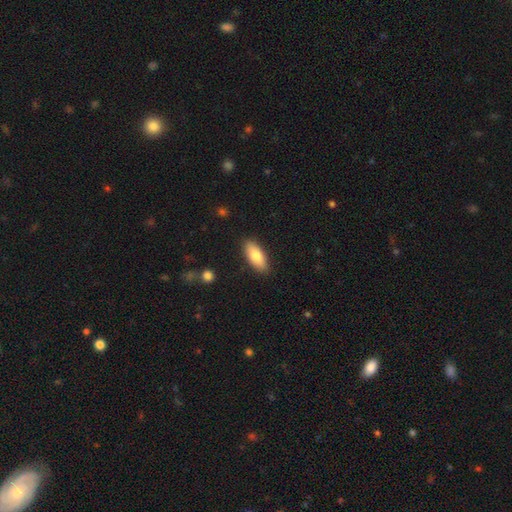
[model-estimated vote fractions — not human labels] Smooth or featured? Predicted: smooth (p=0.82). How rounded? Predicted: in between (p=0.83). Merging? Predicted: none (p=0.88).